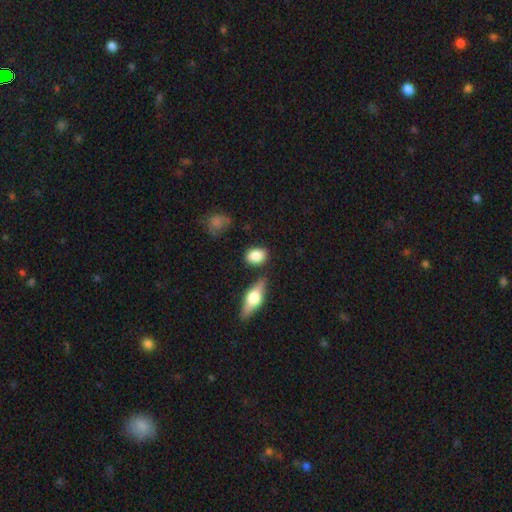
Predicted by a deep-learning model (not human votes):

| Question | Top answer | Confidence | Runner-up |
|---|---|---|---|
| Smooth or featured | smooth | 83% | featured or disk (9%) |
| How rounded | in between | 69% | round (28%) |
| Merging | none | 75% | minor disturbance (15%) |